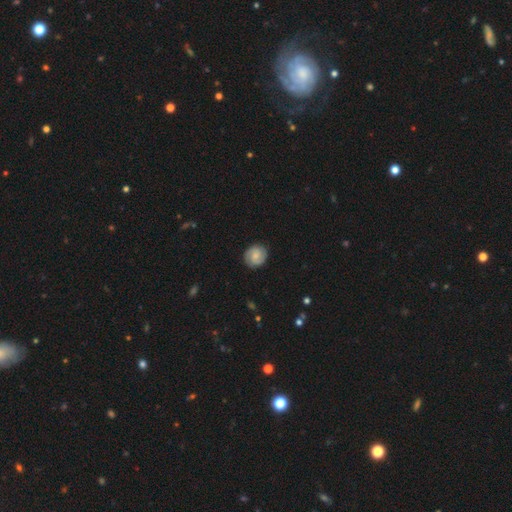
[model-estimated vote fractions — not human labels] Smooth or featured: featured or disk — 59% (smooth — 34%)
Edge-on disk: no — 98% (yes — 2%)
Bar: no — 53% (weak — 40%)
Spiral arms: yes — 93% (no — 7%)
Spiral winding: tight — 57% (medium — 34%)
Spiral arm count: 2 — 84% (can't tell — 8%)
Bulge size: small — 43% (moderate — 34%)
Merging: none — 86% (minor disturbance — 10%)